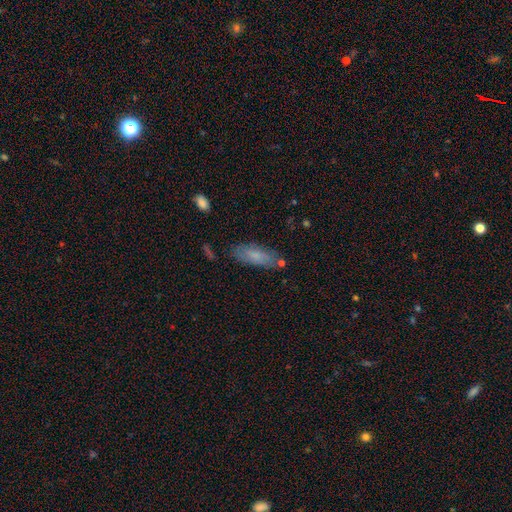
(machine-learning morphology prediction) Smooth or featured? Predicted: smooth (p=0.75). How rounded? Predicted: in between (p=0.66). Merging? Predicted: none (p=0.73).